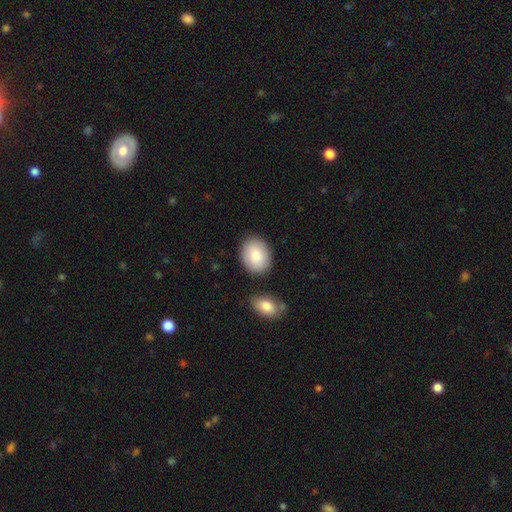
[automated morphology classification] Q: Smooth or featured?
A: smooth (86%); runner-up: featured or disk (8%)
Q: How rounded?
A: in between (59%); runner-up: round (40%)
Q: Merging?
A: none (81%); runner-up: minor disturbance (11%)